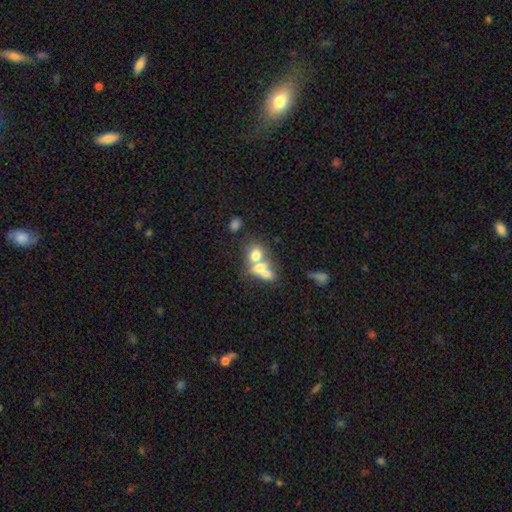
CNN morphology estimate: Smooth or featured?
  - smooth: 65% *
  - featured or disk: 24%
  - star or artifact: 12%
How rounded?
  - in between: 54% *
  - round: 43%
  - cigar-shaped: 2%
Merging?
  - merger: 63% *
  - none: 23%
  - minor disturbance: 7%
  - major disturbance: 6%